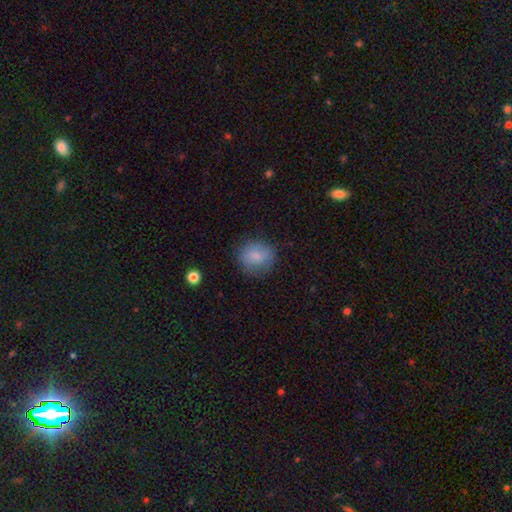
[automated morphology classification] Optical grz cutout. It shows a smooth galaxy with no disk features (79%) that is round (76%). Merging: none (74%).